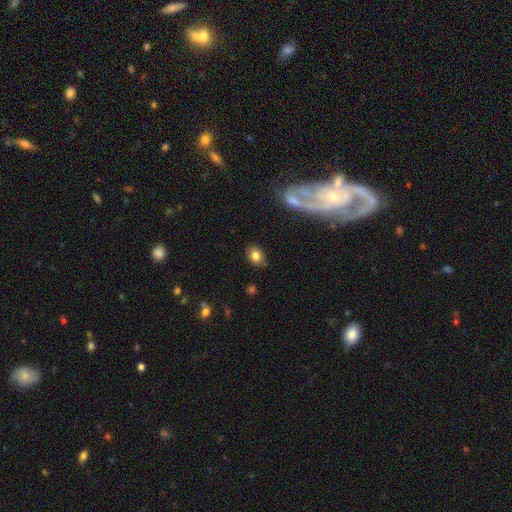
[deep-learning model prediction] This is clearly a smooth galaxy (81%). How rounded: possibly in between (56%). Merging: likely none (79%).